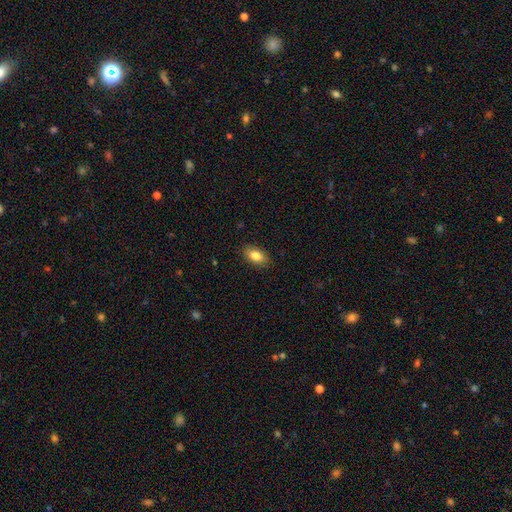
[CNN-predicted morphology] Smooth or featured? smooth (83%)
How rounded? in between (91%)
Merging? none (87%)